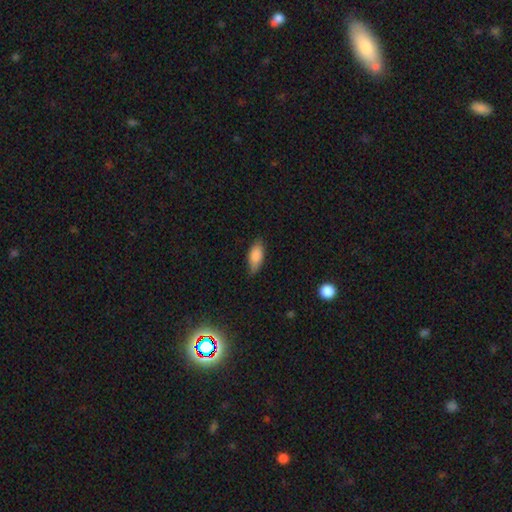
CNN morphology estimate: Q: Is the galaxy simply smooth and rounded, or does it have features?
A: smooth — 84%.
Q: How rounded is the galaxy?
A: in between — 84%.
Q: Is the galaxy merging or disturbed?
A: none — 75%.